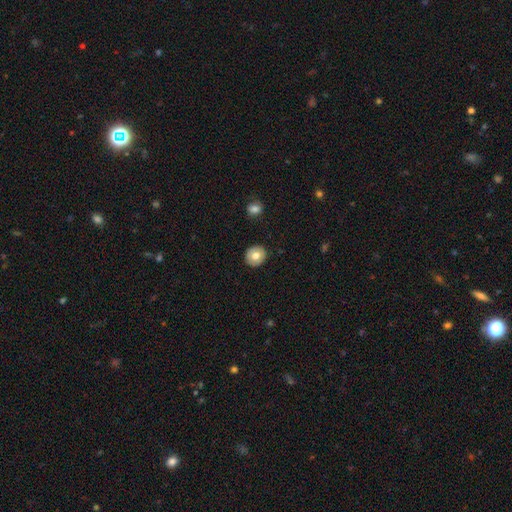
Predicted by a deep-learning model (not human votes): This is likely a smooth galaxy (73%). How rounded: clearly round (85%). Merging: clearly none (91%).